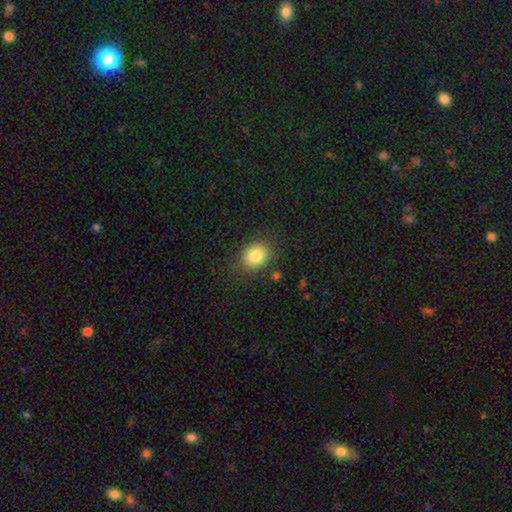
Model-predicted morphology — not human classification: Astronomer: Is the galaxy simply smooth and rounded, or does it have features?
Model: smooth — 83%.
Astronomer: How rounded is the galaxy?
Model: round — 58% (runner-up: in between, 41%).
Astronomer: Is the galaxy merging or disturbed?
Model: none — 81%.